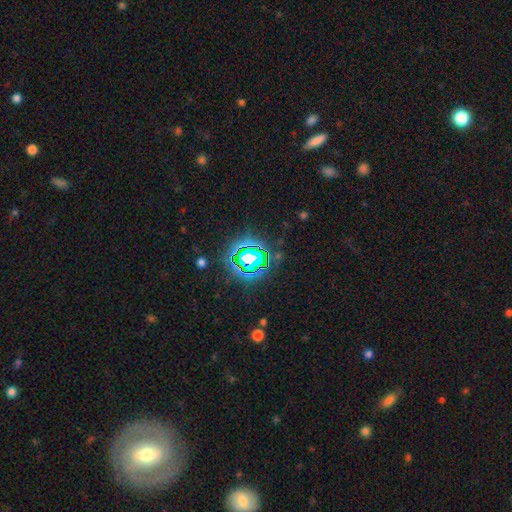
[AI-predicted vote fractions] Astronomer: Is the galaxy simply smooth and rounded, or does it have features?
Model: star or artifact — 77%.